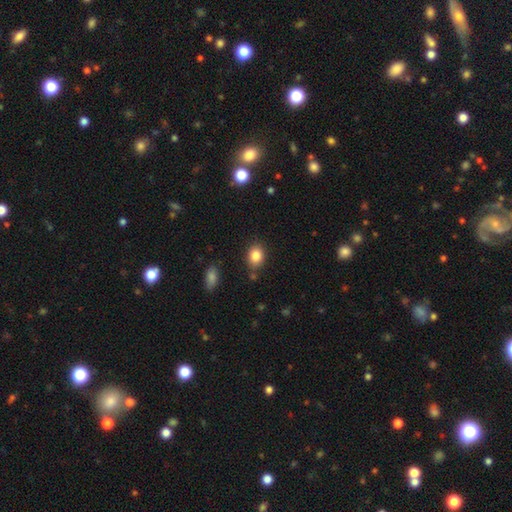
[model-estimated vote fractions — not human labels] A smooth galaxy with no disk features (84%) that is in between round and cigar-shaped (55%). Merging: none (81%).